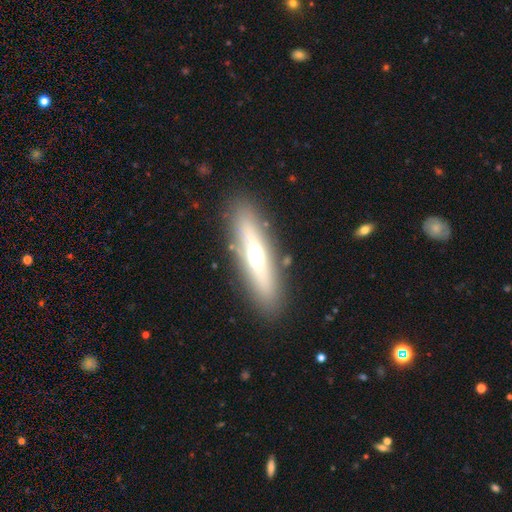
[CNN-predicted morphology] The model was most divided on "smooth or featured": featured or disk: 48%, smooth: 45%, star or artifact: 8%. More confident: merging — none (85%).